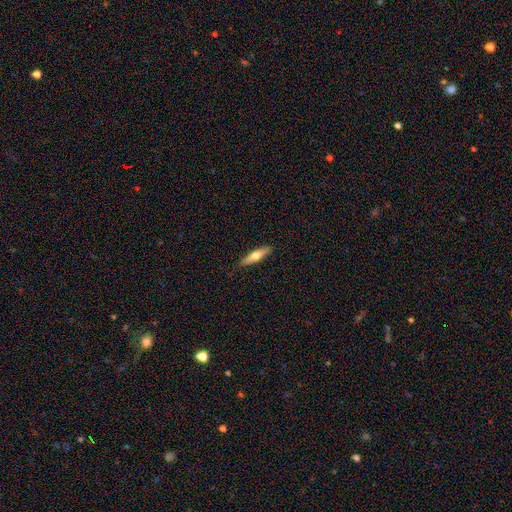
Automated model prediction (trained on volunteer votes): smooth-or-featured: smooth: 53% | featured or disk: 41% | star or artifact: 6%
  how-rounded: cigar-shaped: 75% | in between: 23% | round: 2%
  merging: none: 89% | minor disturbance: 9% | major disturbance: 2% | merger: 1%